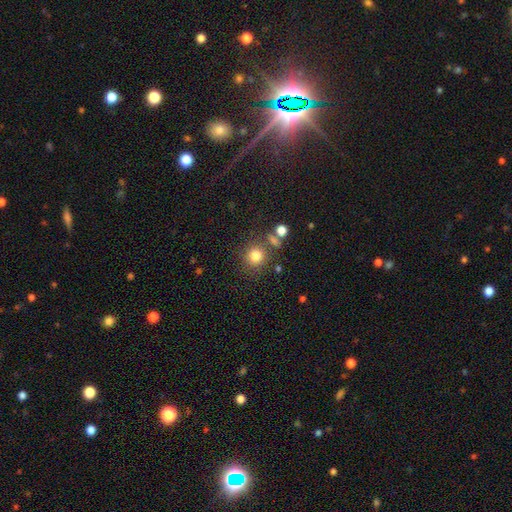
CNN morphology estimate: smooth_or_featured: smooth (p=0.80) [alt: star or artifact p=0.13]
how_rounded: round (p=0.89) [alt: in between p=0.10]
merging: none (p=0.75) [alt: minor disturbance p=0.10]